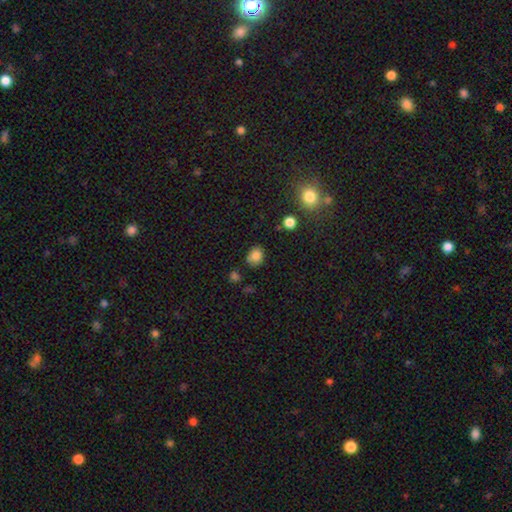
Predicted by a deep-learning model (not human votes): Smooth or featured: smooth — 82% (star or artifact — 11%)
How rounded: in between — 50% (round — 49%)
Merging: none — 71% (minor disturbance — 20%)